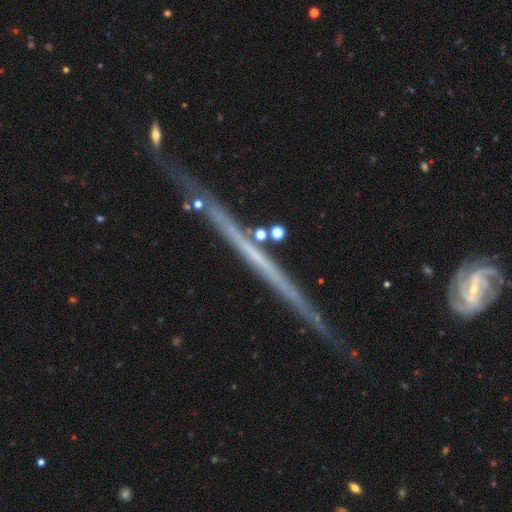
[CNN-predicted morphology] Smooth or featured: featured or disk — 75% (smooth — 15%)
Edge-on disk: yes — 94% (no — 6%)
Edge-on bulge: none — 88% (rounded — 7%)
Merging: none — 75% (minor disturbance — 16%)